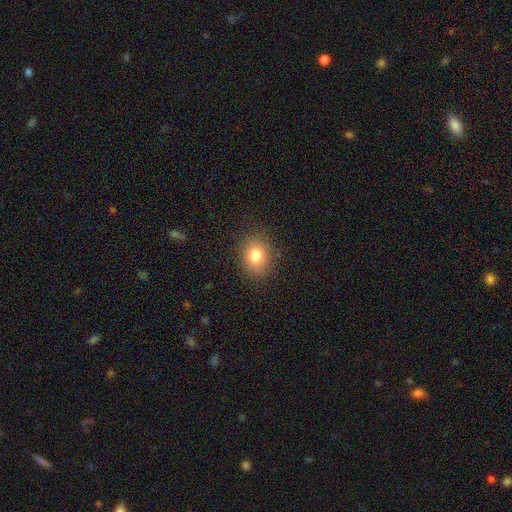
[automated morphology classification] Overall: smooth (80%). How rounded: round (58%; in between 41%). Merging: none (87%).